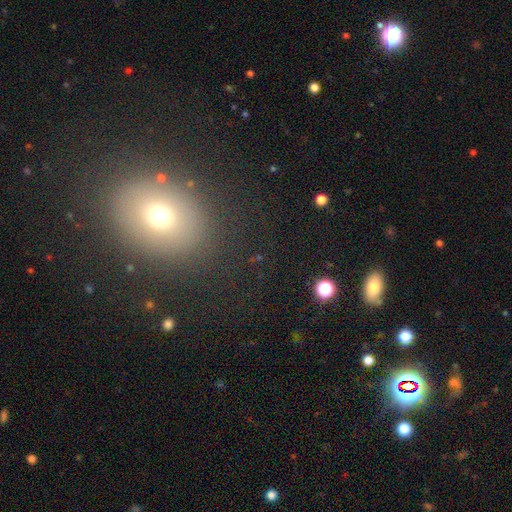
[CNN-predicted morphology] Q: Smooth or featured?
A: smooth (62%); runner-up: star or artifact (25%)
Q: How rounded?
A: round (52%); runner-up: in between (46%)
Q: Merging?
A: none (87%); runner-up: minor disturbance (8%)